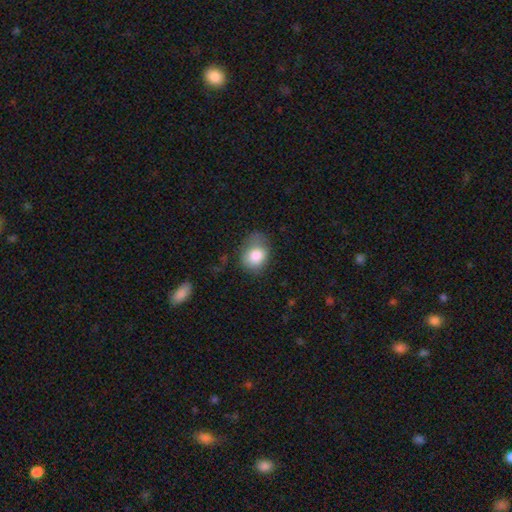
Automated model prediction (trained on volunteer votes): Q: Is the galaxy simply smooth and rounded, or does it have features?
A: smooth — 82%.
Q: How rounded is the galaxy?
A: round — 50%, tied with in between.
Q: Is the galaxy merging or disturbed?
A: none — 48%.